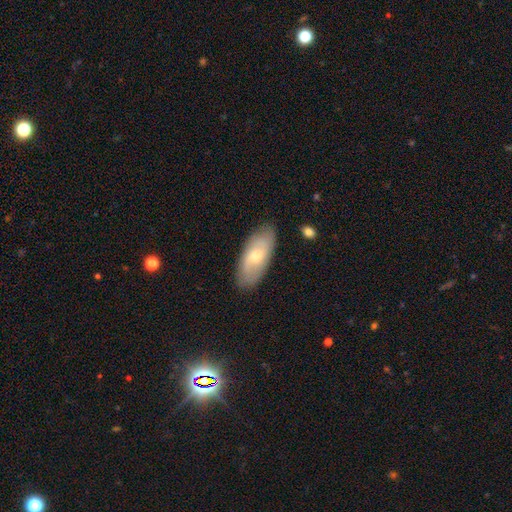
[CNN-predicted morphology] A smooth galaxy with no disk features (54%) that is in between round and cigar-shaped (86%).

Vote fractions:
- Smooth or featured? smooth: 54% / featured or disk: 40% / star or artifact: 6%
- How rounded? in between: 86% / cigar-shaped: 11% / round: 3%
- Merging? none: 83% / minor disturbance: 13% / major disturbance: 3% / merger: 1%